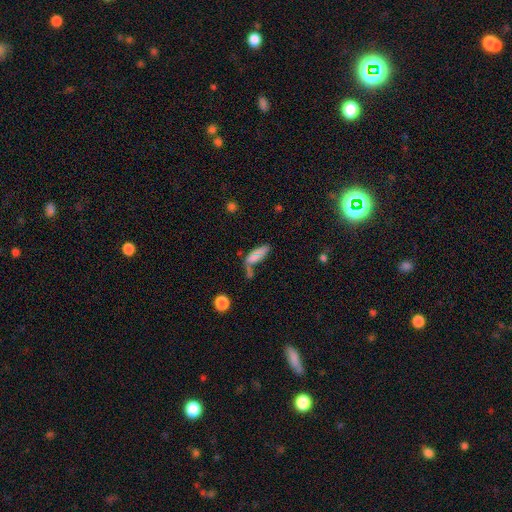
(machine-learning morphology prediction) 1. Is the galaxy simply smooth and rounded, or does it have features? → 59% smooth, 29% featured or disk, 13% star or artifact.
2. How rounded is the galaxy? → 68% in between, 28% cigar-shaped, 4% round.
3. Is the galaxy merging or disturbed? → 33% merger, 28% none, 21% major disturbance, 18% minor disturbance.